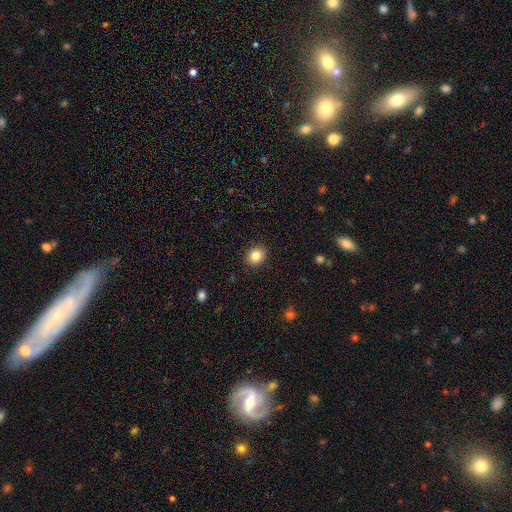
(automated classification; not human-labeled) Smooth or featured? smooth (84%)
How rounded? round (70%)
Merging? none (90%)